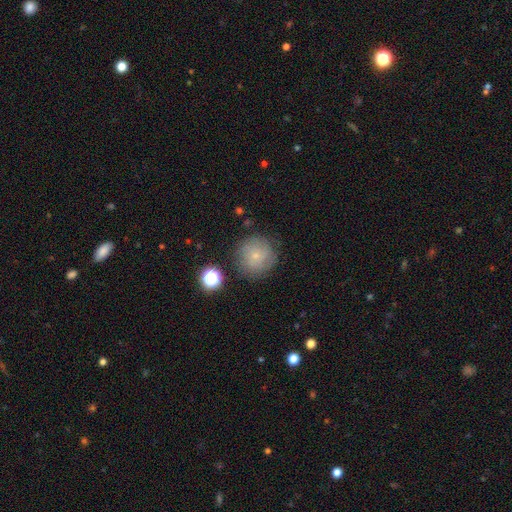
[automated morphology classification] A smooth galaxy with no disk features (68%) that is round (95%). Merging: none (79%).